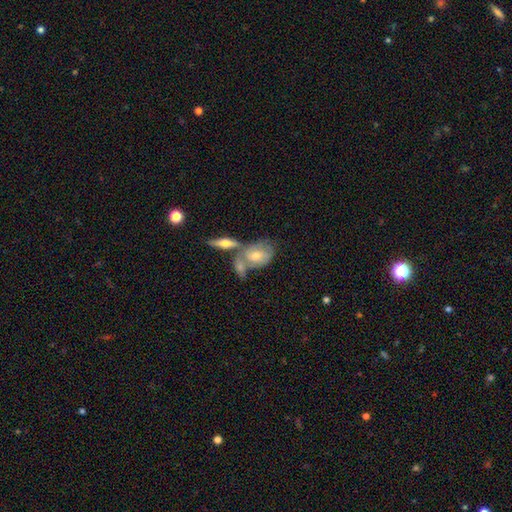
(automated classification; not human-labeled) Smooth or featured? Predicted: featured or disk (p=0.54). Edge-on disk? Predicted: no (p=0.74). Merging? Predicted: merger (p=0.43).